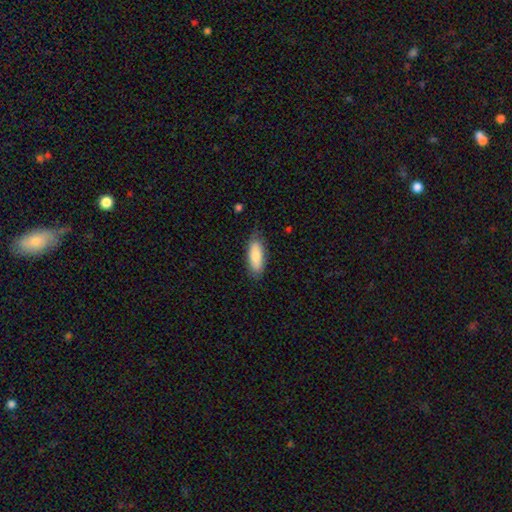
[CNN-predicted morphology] smooth-or-featured: smooth: 81% | featured or disk: 13% | star or artifact: 6%
  how-rounded: in between: 72% | cigar-shaped: 26% | round: 2%
  merging: none: 79% | minor disturbance: 16% | major disturbance: 3% | merger: 1%